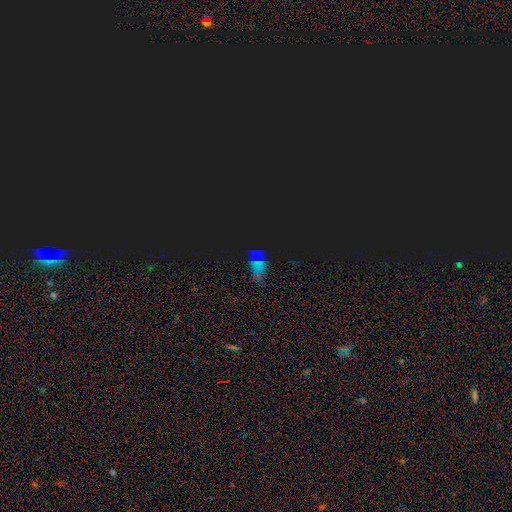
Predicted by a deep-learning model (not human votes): Smooth or featured: star or artifact — 58% (smooth — 31%)